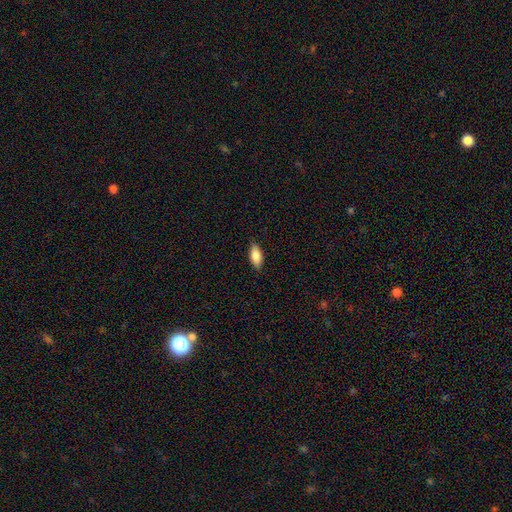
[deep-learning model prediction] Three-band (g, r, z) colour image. It shows a smooth galaxy with no disk features (84%) that is in between round and cigar-shaped (79%). Merging: none (87%).